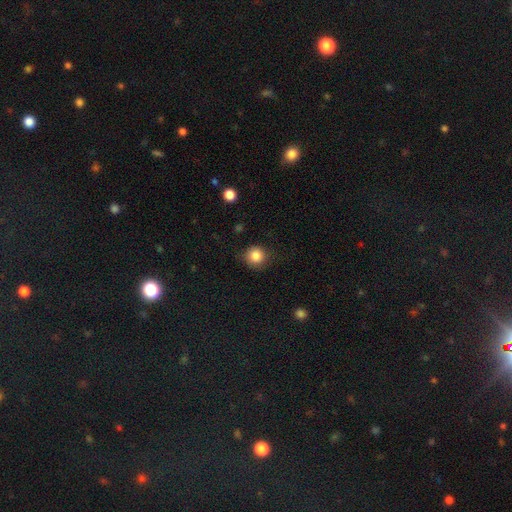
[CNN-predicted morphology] type=smooth (85%); roundness=round (91%); merging=none (82%).